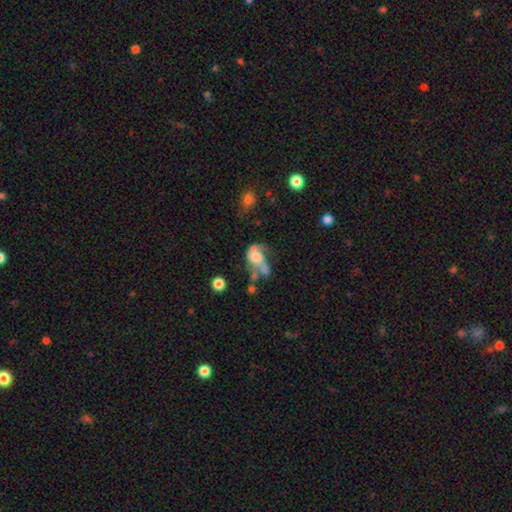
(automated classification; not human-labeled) Smooth or featured?
  - featured or disk: 49% *
  - smooth: 40%
  - star or artifact: 11%
Merging?
  - major disturbance: 35% *
  - merger: 28%
  - none: 19%
  - minor disturbance: 17%